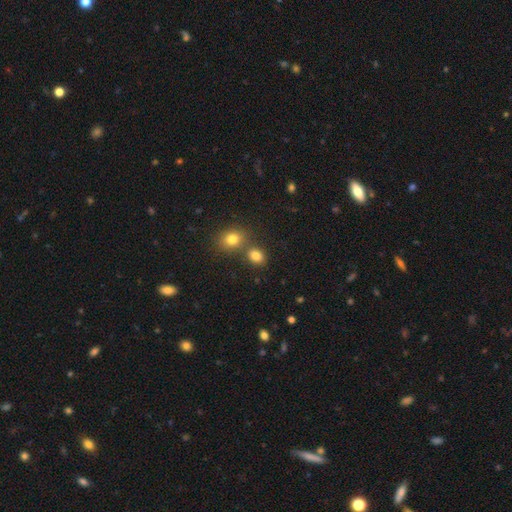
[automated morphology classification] Smooth or featured?
  - smooth: 82% *
  - star or artifact: 12%
  - featured or disk: 6%
How rounded?
  - in between: 57% *
  - round: 42%
  - cigar-shaped: 1%
Merging?
  - none: 61% *
  - merger: 26%
  - minor disturbance: 9%
  - major disturbance: 3%